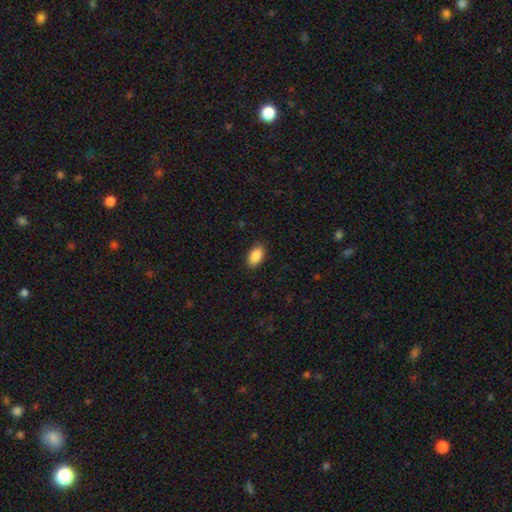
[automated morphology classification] Smooth or featured: smooth — 89% (star or artifact — 7%)
How rounded: in between — 94% (round — 5%)
Merging: none — 88% (minor disturbance — 9%)